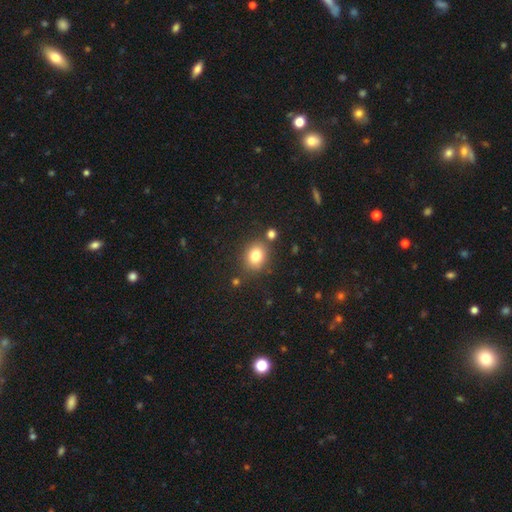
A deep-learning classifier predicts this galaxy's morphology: This is likely a smooth galaxy (80%). How rounded: possibly round (59%). Merging: likely none (79%).